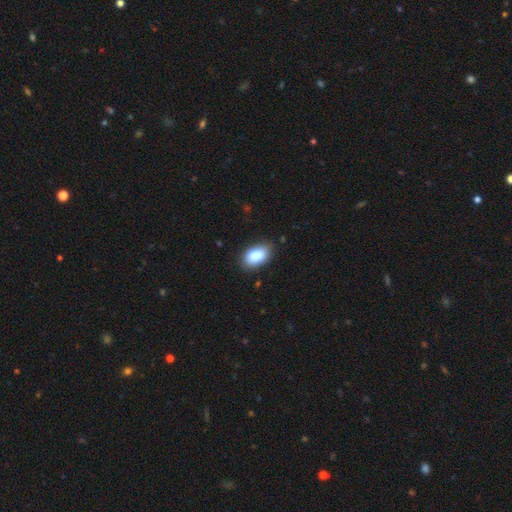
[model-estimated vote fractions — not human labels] The model was most divided on "merging": none: 80%, minor disturbance: 16%, major disturbance: 3%, merger: 1%. More confident: how rounded — in between (91%); smooth or featured — smooth (85%).